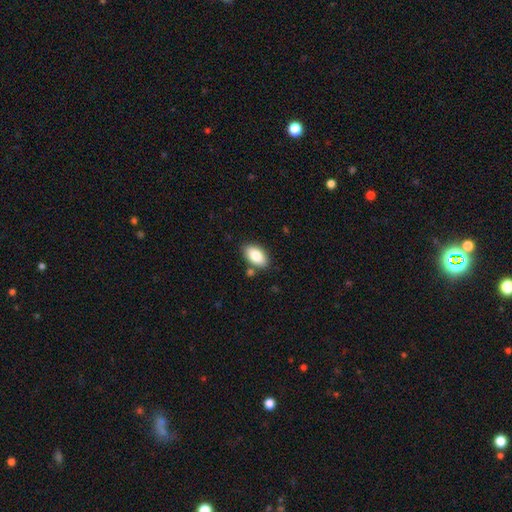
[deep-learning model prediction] A smooth galaxy with no disk features (83%) that is in between round and cigar-shaped (92%).

Vote fractions:
- Smooth or featured? smooth: 83% / featured or disk: 9% / star or artifact: 7%
- How rounded? in between: 92% / round: 5% / cigar-shaped: 2%
- Merging? none: 82% / minor disturbance: 11% / merger: 5% / major disturbance: 2%